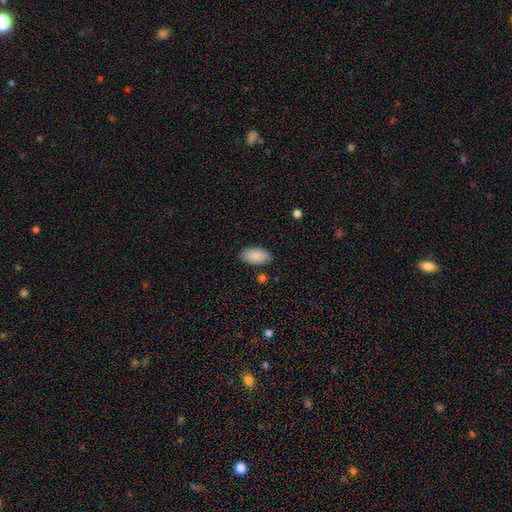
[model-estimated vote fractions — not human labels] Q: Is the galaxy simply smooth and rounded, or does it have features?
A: smooth — 89%.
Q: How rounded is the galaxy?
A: in between — 95%.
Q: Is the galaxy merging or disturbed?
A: none — 83%.